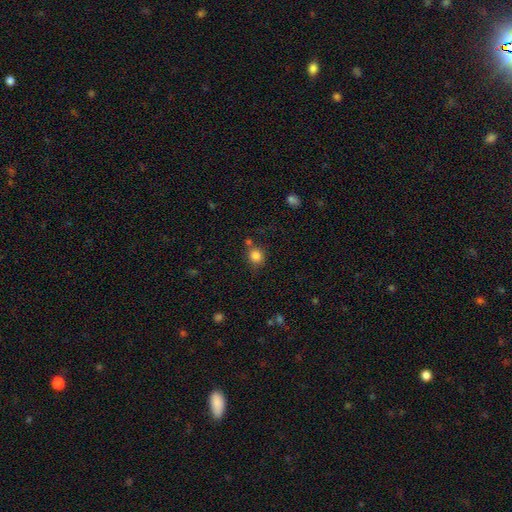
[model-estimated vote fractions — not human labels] smooth 83%, star or artifact 11%, featured or disk 5%. Down the decision tree: how rounded — round (85%); merging — none (70%).